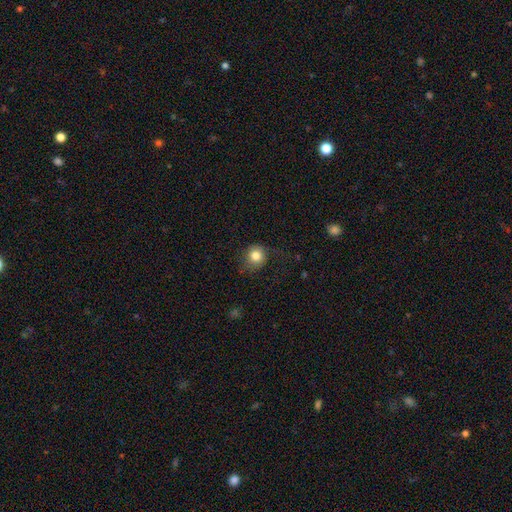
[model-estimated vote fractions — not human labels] This is clearly a smooth galaxy (82%). How rounded: clearly round (85%). Merging: likely none (69%).